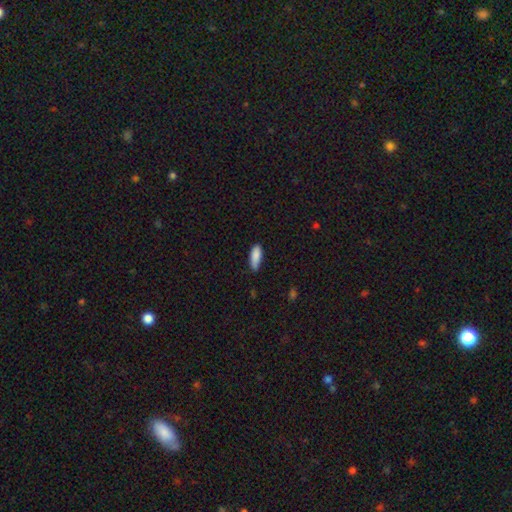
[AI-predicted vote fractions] Smooth or featured? Predicted: smooth (p=0.87). How rounded? Predicted: in between (p=0.65). Merging? Predicted: none (p=0.64).